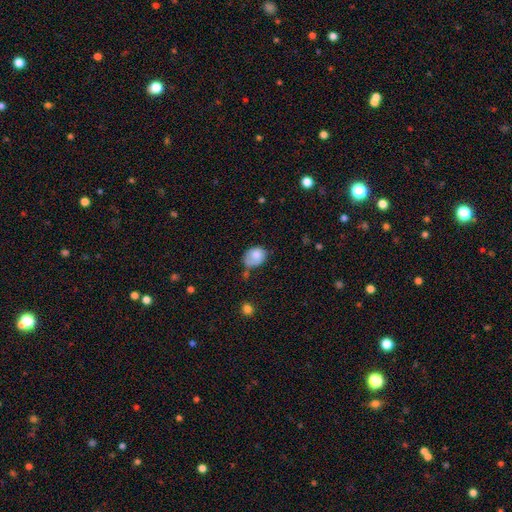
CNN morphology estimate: Q: Smooth or featured?
A: smooth (79%); runner-up: featured or disk (14%)
Q: How rounded?
A: in between (63%); runner-up: round (36%)
Q: Merging?
A: none (43%); runner-up: minor disturbance (36%)